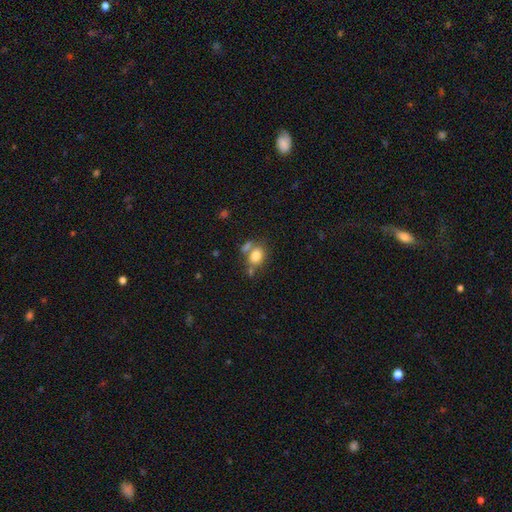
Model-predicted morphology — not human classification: Q: Smooth or featured?
A: smooth (79%); runner-up: featured or disk (11%)
Q: How rounded?
A: in between (65%); runner-up: round (33%)
Q: Merging?
A: none (49%); runner-up: merger (29%)